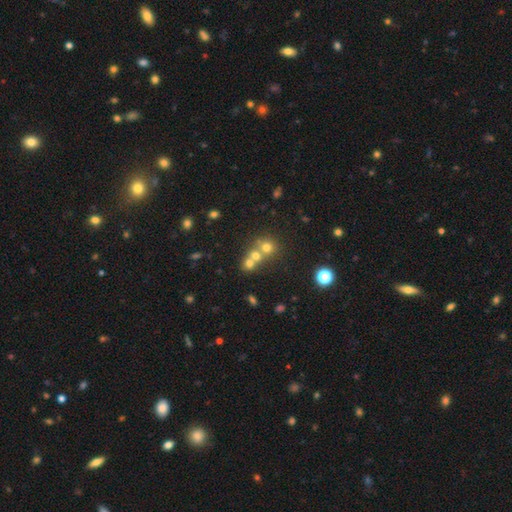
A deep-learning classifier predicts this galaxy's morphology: type=smooth (54%); roundness=round (82%); merging=merger (50%).